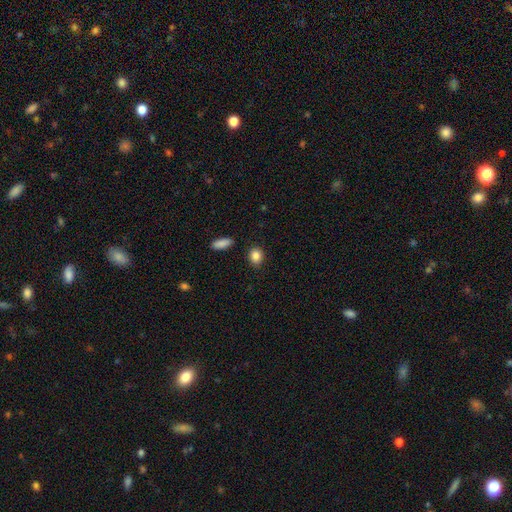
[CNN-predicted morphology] A smooth galaxy with no disk features (86%) that is round (54%).

Vote fractions:
- Smooth or featured? smooth: 86% / star or artifact: 9% / featured or disk: 5%
- How rounded? round: 54% / in between: 44% / cigar-shaped: 2%
- Merging? none: 87% / minor disturbance: 8% / merger: 2% / major disturbance: 2%